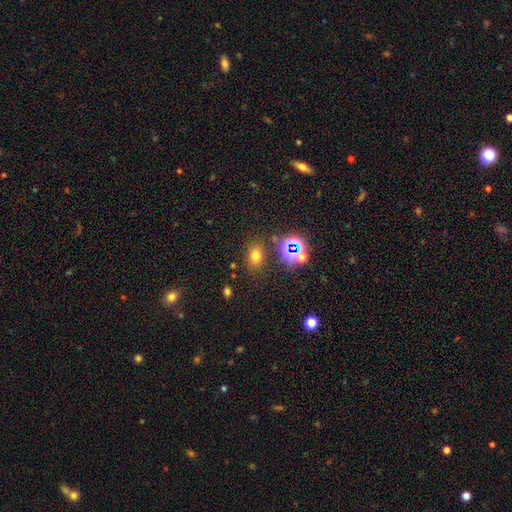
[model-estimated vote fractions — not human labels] This appears to be a smooth galaxy with no disk features (66%) that is in between round and cigar-shaped (64%). Merging: none (79%).